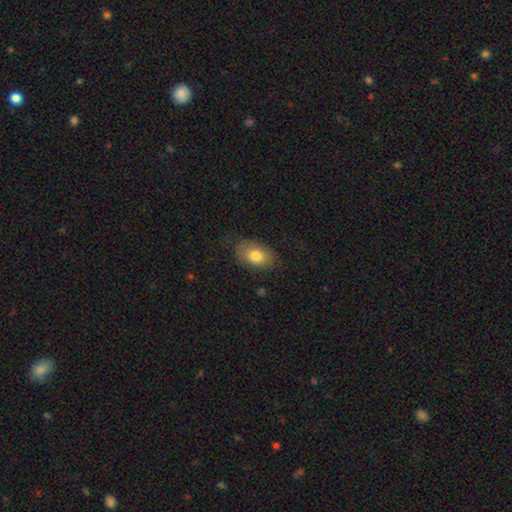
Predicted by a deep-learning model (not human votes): smooth-or-featured: smooth: 76% | featured or disk: 16% | star or artifact: 8%
  how-rounded: in between: 87% | round: 12% | cigar-shaped: 1%
  merging: none: 72% | minor disturbance: 21% | major disturbance: 6% | merger: 1%